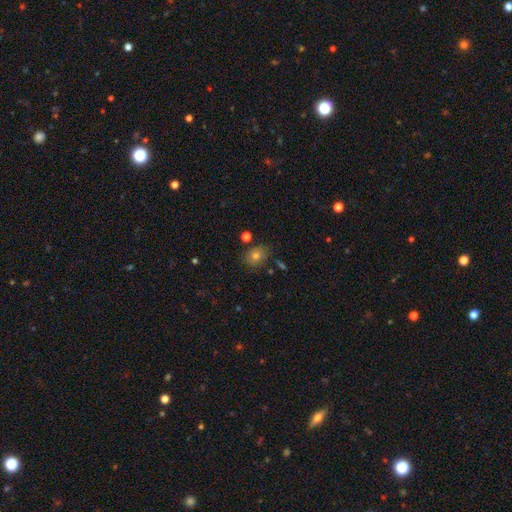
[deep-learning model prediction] Smooth or featured? smooth (71%)
How rounded? round (58%)
Merging? none (80%)